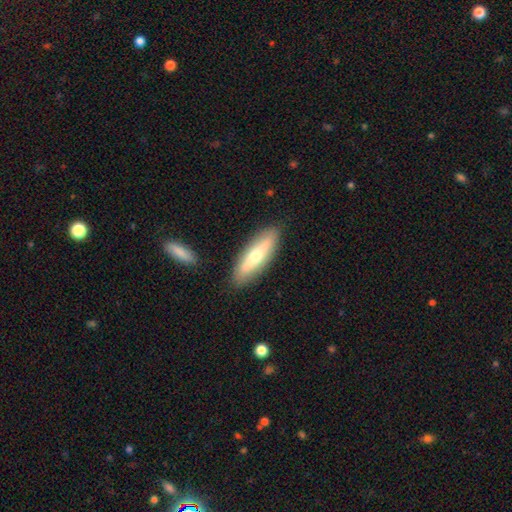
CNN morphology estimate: smooth 57%, featured or disk 37%, star or artifact 6%. Down the decision tree: how rounded — cigar-shaped (52%); merging — none (85%).